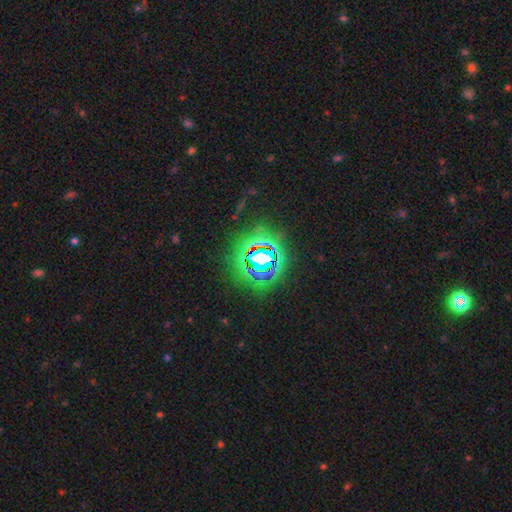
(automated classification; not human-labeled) Q: Smooth or featured?
A: star or artifact (83%); runner-up: smooth (10%)